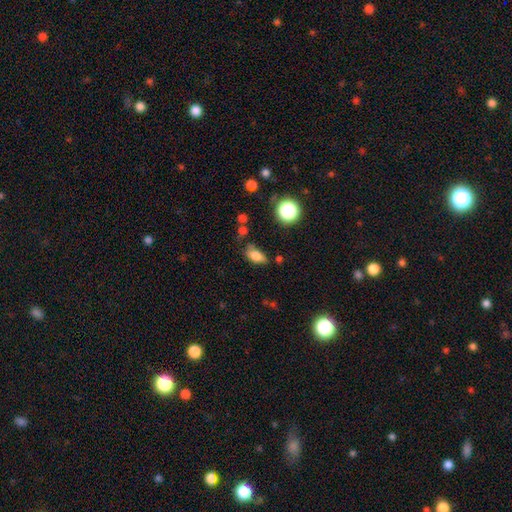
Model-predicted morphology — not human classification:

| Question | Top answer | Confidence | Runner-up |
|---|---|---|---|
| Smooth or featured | smooth | 78% | star or artifact (11%) |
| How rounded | in between | 84% | round (8%) |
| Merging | none | 62% | minor disturbance (25%) |